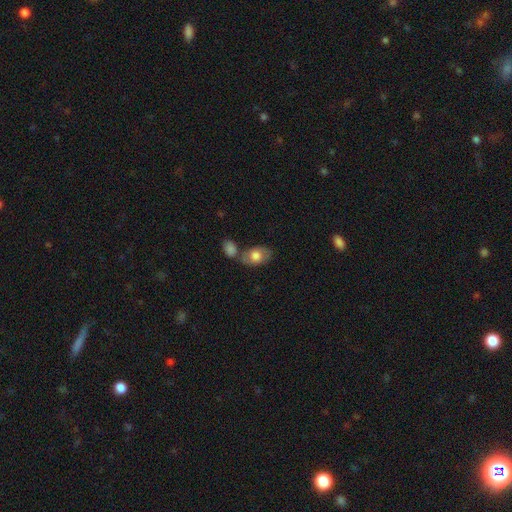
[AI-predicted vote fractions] smooth 71%, featured or disk 23%, star or artifact 6%. Down the decision tree: how rounded — in between (86%); merging — none (56%).